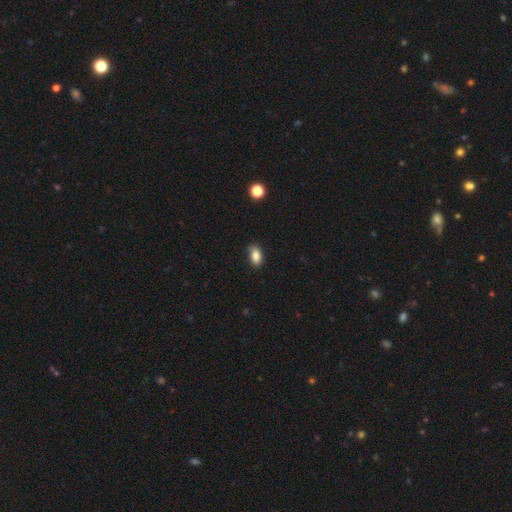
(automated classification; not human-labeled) This is clearly a smooth galaxy (85%). How rounded: clearly in between (90%). Merging: likely none (78%).